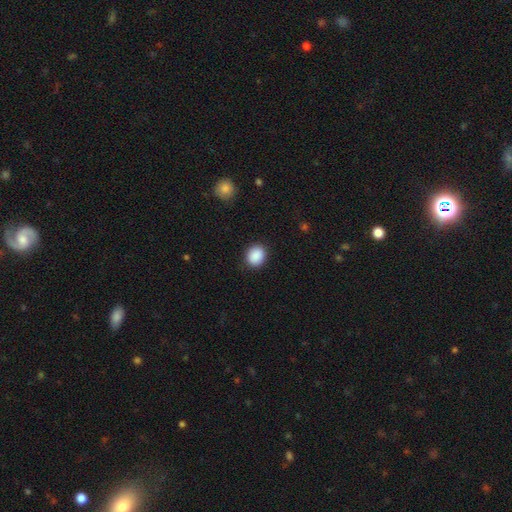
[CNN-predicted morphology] Smooth or featured?
  - smooth: 90% *
  - star or artifact: 8%
  - featured or disk: 3%
How rounded?
  - round: 62% *
  - in between: 37%
  - cigar-shaped: 1%
Merging?
  - none: 89% *
  - minor disturbance: 7%
  - major disturbance: 2%
  - merger: 1%